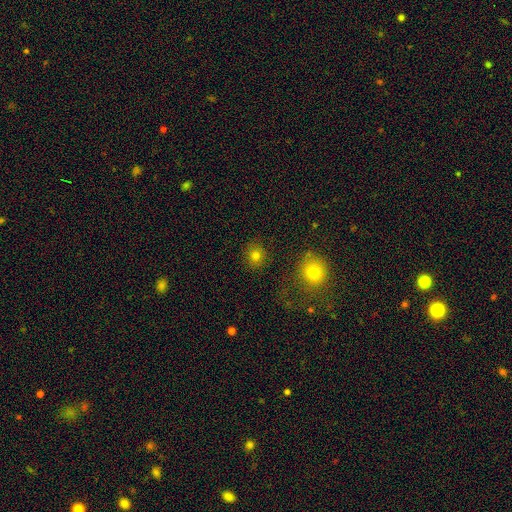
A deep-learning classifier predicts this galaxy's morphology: Q: Smooth or featured?
A: smooth (76%); runner-up: star or artifact (16%)
Q: How rounded?
A: round (86%); runner-up: in between (13%)
Q: Merging?
A: none (87%); runner-up: minor disturbance (8%)